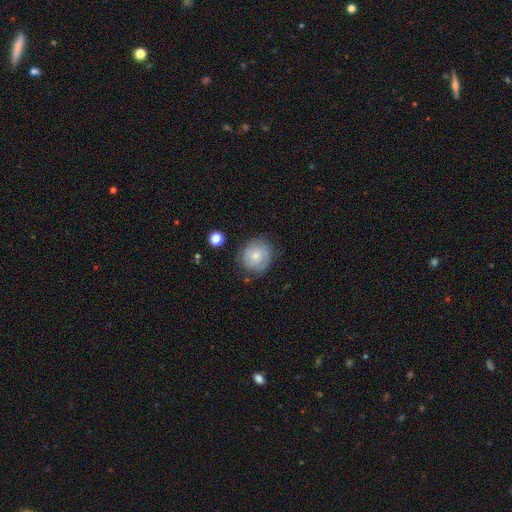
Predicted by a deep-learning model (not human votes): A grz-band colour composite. It shows a smooth galaxy with no disk features (66%) that is round (85%). Merging: none (73%).